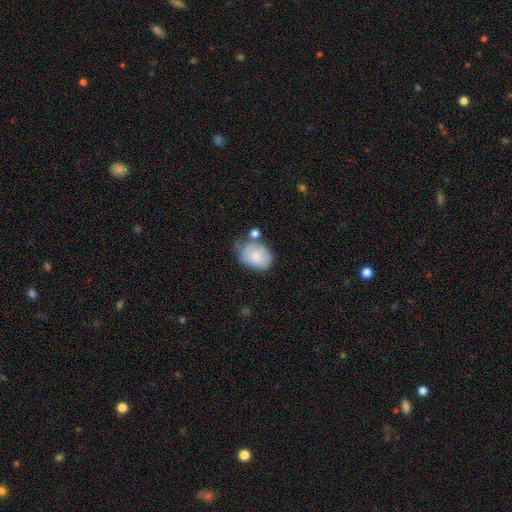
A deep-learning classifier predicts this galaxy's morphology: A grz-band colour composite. It shows a smooth galaxy with no disk features (72%) that is in between round and cigar-shaped (66%). Merging: none (36%).